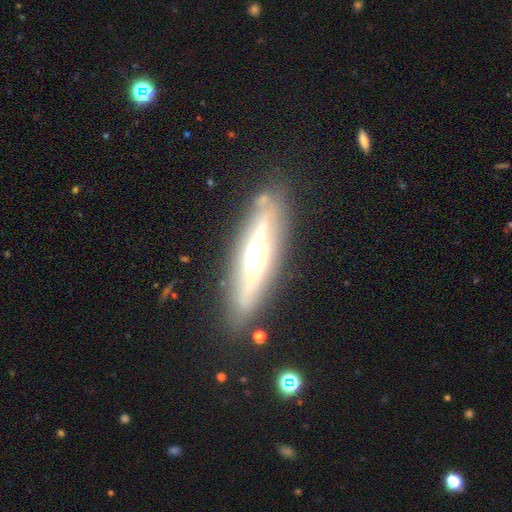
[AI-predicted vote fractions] Smooth or featured: featured or disk — 73% (smooth — 20%)
Edge-on disk: yes — 83% (no — 17%)
Edge-on bulge: rounded — 82% (boxy — 10%)
Merging: none — 81% (minor disturbance — 12%)